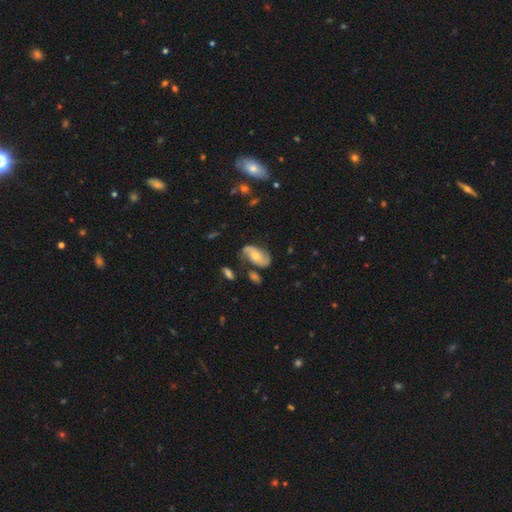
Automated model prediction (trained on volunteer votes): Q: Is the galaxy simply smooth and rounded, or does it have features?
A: featured or disk — 69%.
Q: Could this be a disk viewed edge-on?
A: no — 95%.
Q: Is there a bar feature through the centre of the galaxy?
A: no — 66%.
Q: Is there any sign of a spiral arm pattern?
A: yes — 89%.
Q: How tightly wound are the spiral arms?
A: loose — 42%.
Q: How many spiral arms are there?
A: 2 — 86%.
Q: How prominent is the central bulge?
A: moderate — 52%.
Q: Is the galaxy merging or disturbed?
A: none — 63%.